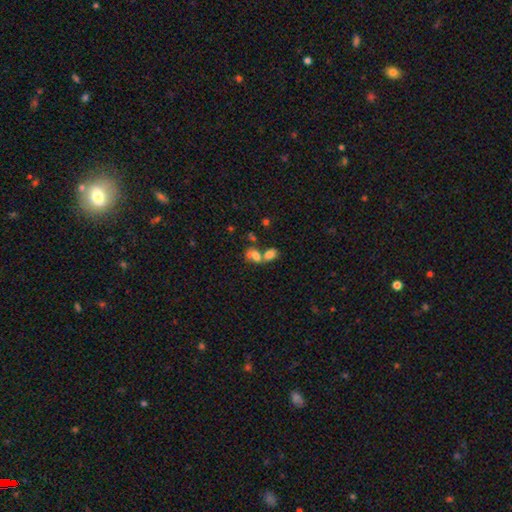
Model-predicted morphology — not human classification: The model was most divided on "merging": merger: 65%, none: 21%, minor disturbance: 8%, major disturbance: 6%. More confident: how rounded — in between (75%); smooth or featured — smooth (67%).